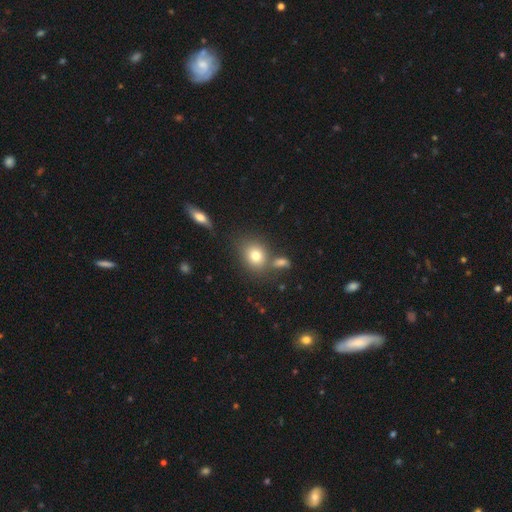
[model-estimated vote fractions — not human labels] smooth_or_featured: smooth (p=0.78) [alt: featured or disk p=0.11]
how_rounded: round (p=0.55) [alt: in between p=0.44]
merging: none (p=0.65) [alt: merger p=0.18]